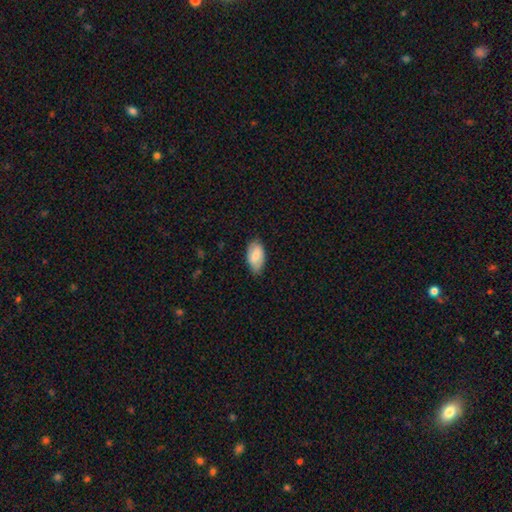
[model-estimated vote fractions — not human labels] Smooth or featured? Predicted: smooth (p=0.75). How rounded? Predicted: in between (p=0.94). Merging? Predicted: none (p=0.76).